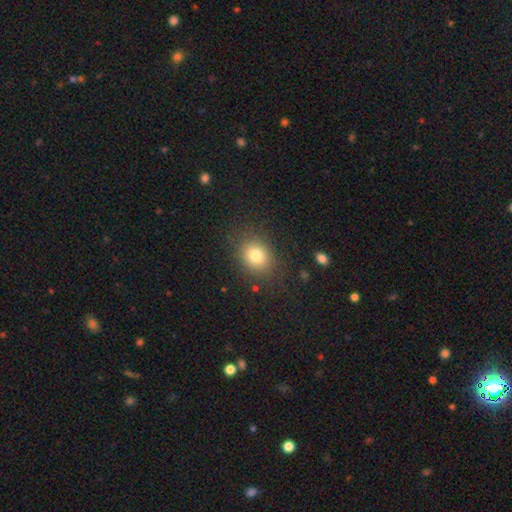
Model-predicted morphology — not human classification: smooth 78%, star or artifact 12%, featured or disk 10%. Down the decision tree: how rounded — round (60%); merging — none (82%).